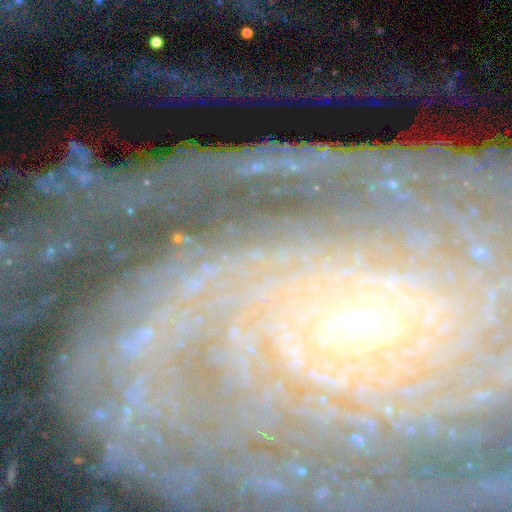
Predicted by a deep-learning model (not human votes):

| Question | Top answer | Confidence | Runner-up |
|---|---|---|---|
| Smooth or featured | featured or disk | 63% | star or artifact (27%) |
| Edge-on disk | no | 87% | yes (13%) |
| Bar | no | 58% | weak (22%) |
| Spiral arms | yes | 84% | no (16%) |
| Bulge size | small | 63% | moderate (26%) |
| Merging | none | 66% | minor disturbance (16%) |